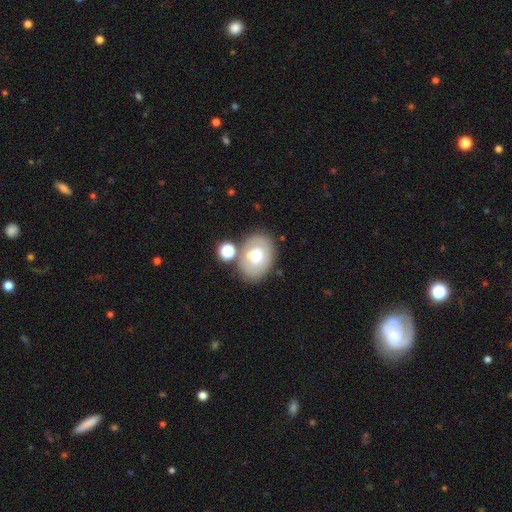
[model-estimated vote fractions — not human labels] Smooth or featured? smooth (58%)
How rounded? in between (68%)
Merging? none (65%)